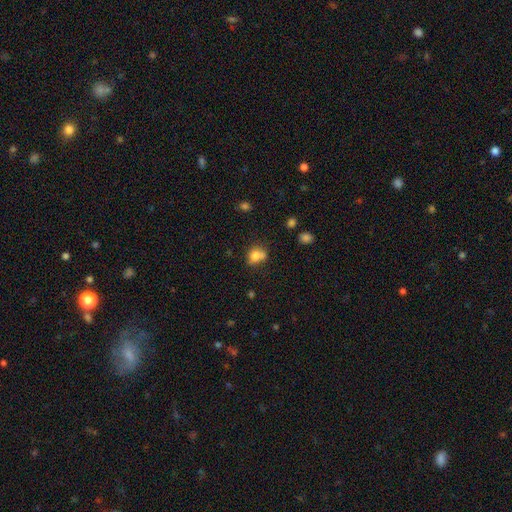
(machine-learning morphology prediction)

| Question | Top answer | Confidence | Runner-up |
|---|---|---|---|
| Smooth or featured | smooth | 75% | featured or disk (13%) |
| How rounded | round | 62% | in between (37%) |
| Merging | none | 41% | merger (29%) |